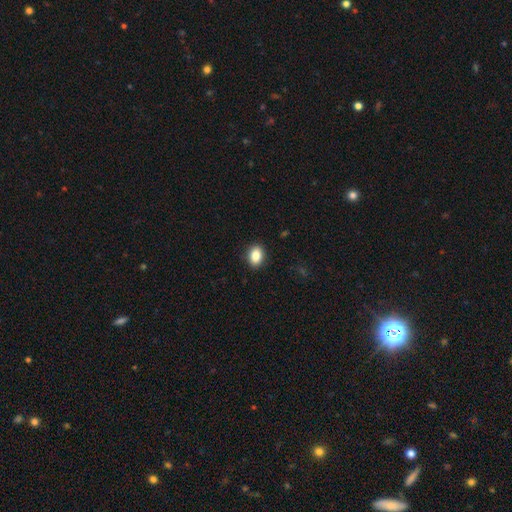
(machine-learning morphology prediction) smooth_or_featured: smooth (p=0.86) [alt: star or artifact p=0.09]
how_rounded: in between (p=0.73) [alt: round p=0.26]
merging: none (p=0.90) [alt: minor disturbance p=0.07]